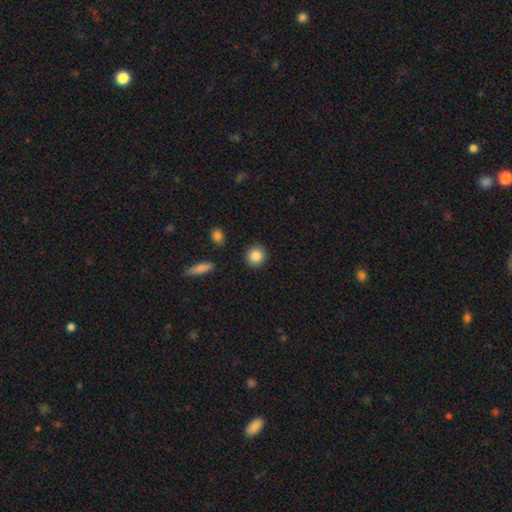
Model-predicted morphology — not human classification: smooth-or-featured: smooth: 87% | star or artifact: 8% | featured or disk: 5%
  how-rounded: round: 90% | in between: 9% | cigar-shaped: 1%
  merging: none: 91% | minor disturbance: 6% | major disturbance: 2% | merger: 2%